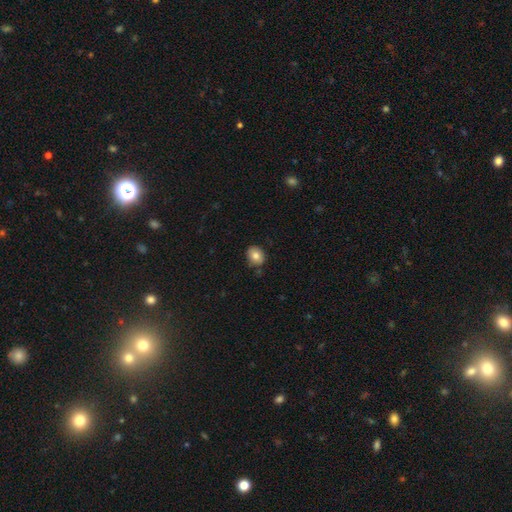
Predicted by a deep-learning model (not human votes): This is clearly a smooth galaxy (82%). How rounded: possibly round (54%). Merging: clearly none (81%).